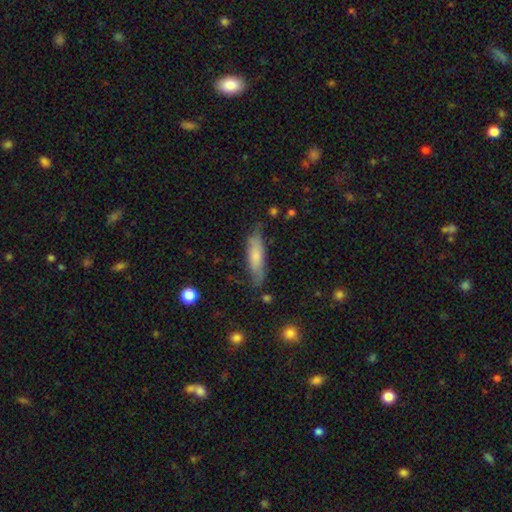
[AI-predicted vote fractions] The model was most divided on "how rounded": cigar-shaped: 62%, in between: 36%, round: 2%. More confident: smooth or featured — smooth (68%); merging — none (67%).